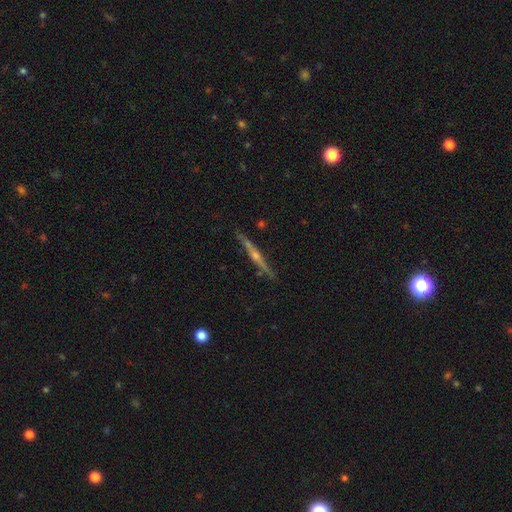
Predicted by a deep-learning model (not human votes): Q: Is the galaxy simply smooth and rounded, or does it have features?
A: featured or disk — 83%.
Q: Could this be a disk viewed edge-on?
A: yes — 98%.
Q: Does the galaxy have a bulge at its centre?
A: rounded — 86%.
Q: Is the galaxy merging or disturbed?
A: none — 88%.